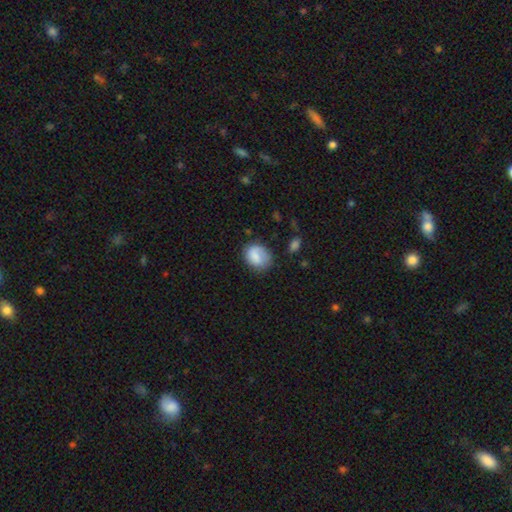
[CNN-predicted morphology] Q: Smooth or featured?
A: smooth (77%); runner-up: featured or disk (16%)
Q: How rounded?
A: in between (53%); runner-up: round (46%)
Q: Merging?
A: none (63%); runner-up: minor disturbance (25%)